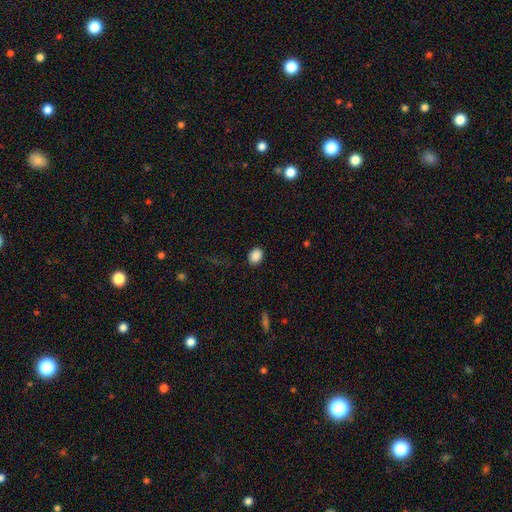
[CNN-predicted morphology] This is clearly a smooth galaxy (89%). How rounded: likely in between (61%). Merging: clearly none (89%).